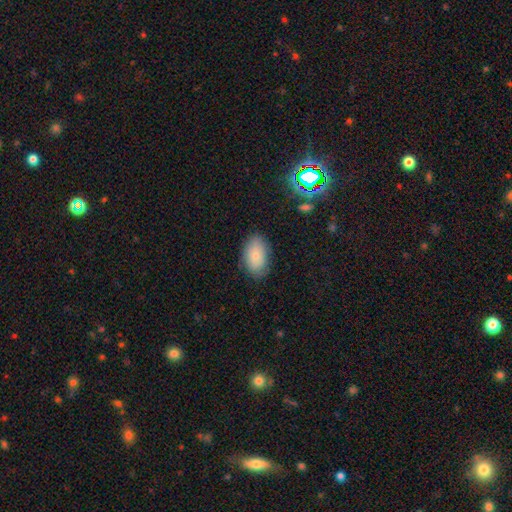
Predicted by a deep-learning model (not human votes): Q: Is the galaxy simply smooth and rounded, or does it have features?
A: smooth — 79%.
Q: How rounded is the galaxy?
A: in between — 91%.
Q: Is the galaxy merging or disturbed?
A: none — 81%.